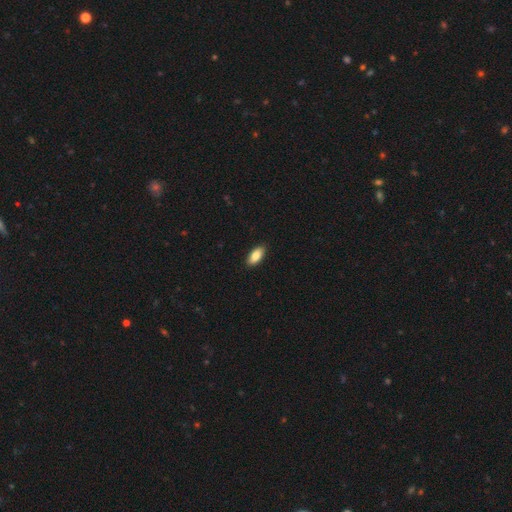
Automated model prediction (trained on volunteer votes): This is clearly a smooth galaxy (86%). How rounded: clearly in between (89%). Merging: clearly none (90%).